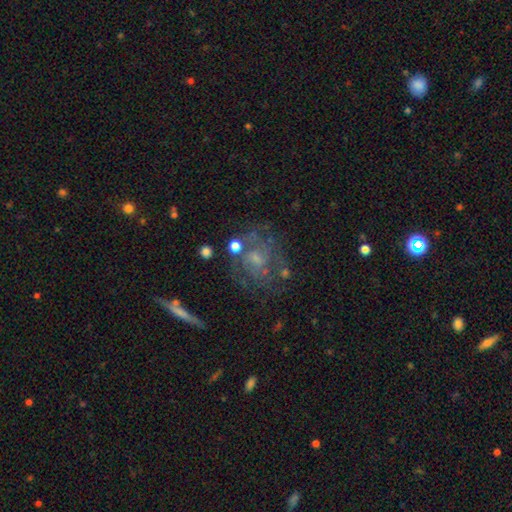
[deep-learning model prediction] This is likely a featured or disk galaxy (66%). It is clearly not viewed edge-on (96%). Bar: likely no (65%). Spiral arm pattern: likely yes (66%). Central bulge: possibly small (53%). Merging: likely none (62%).